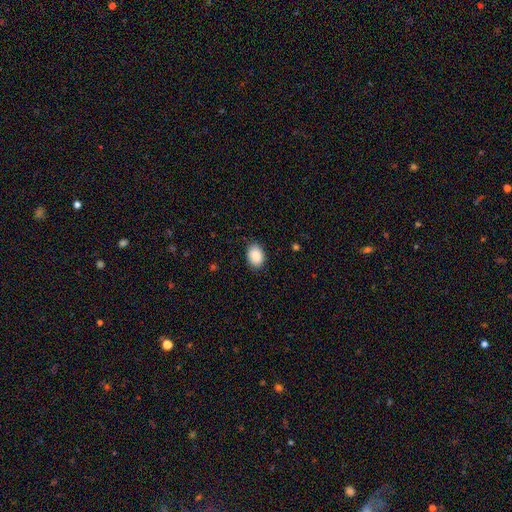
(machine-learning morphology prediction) This appears to be a smooth galaxy with no disk features (89%) that is in between round and cigar-shaped (80%). Merging: none (87%).